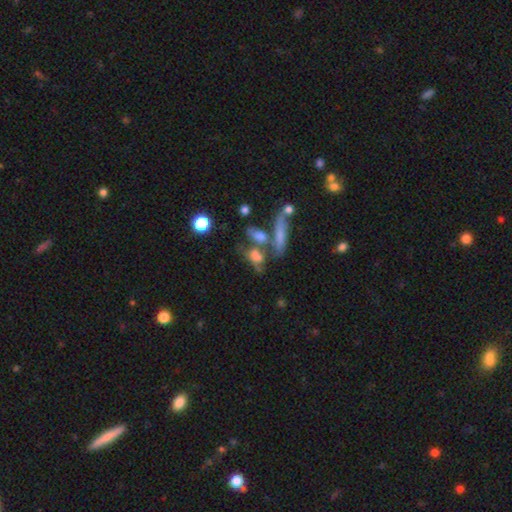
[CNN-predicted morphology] smooth_or_featured: smooth (p=0.59) [alt: featured or disk p=0.29]
how_rounded: in between (p=0.58) [alt: cigar-shaped p=0.27]
merging: merger (p=0.43) [alt: none p=0.30]